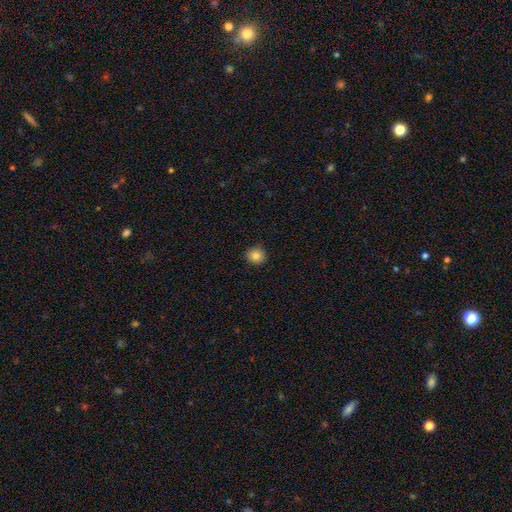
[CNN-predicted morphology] type=smooth (84%); roundness=round (82%); merging=none (90%).